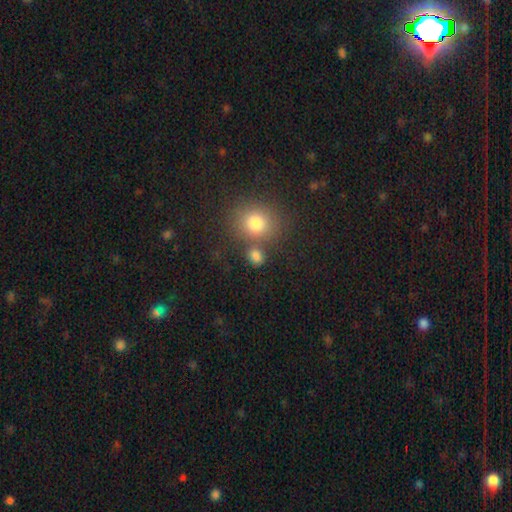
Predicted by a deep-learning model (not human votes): smooth-or-featured: smooth: 78% | star or artifact: 15% | featured or disk: 7%
  how-rounded: round: 61% | in between: 37% | cigar-shaped: 2%
  merging: none: 63% | merger: 21% | minor disturbance: 11% | major disturbance: 5%